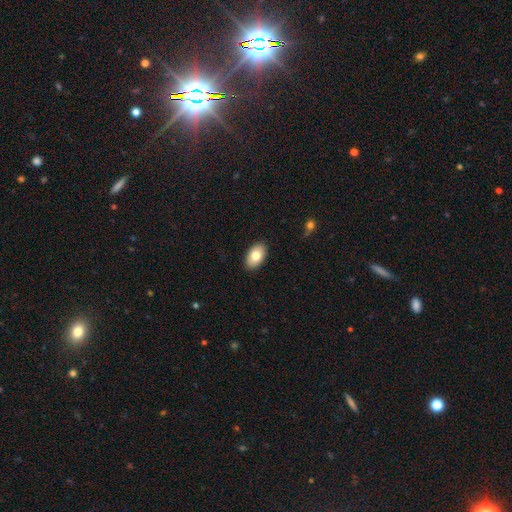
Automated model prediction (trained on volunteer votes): Smooth or featured? smooth (79%)
How rounded? in between (93%)
Merging? none (89%)